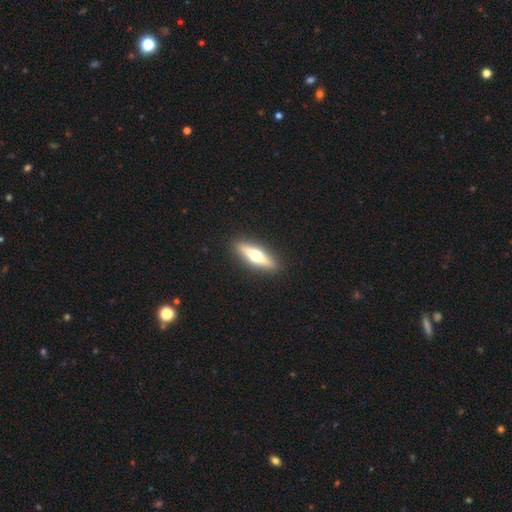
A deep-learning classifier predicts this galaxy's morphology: type=featured or disk (54%); edge-on=yes (91%); merging=none (91%).